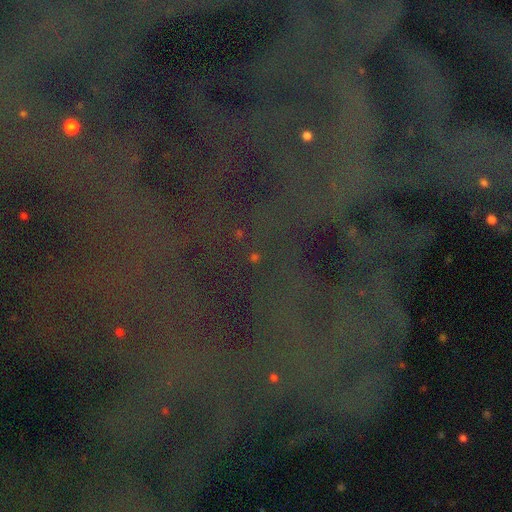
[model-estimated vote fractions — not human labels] This appears to be a star or artifact, not a galaxy (84%).